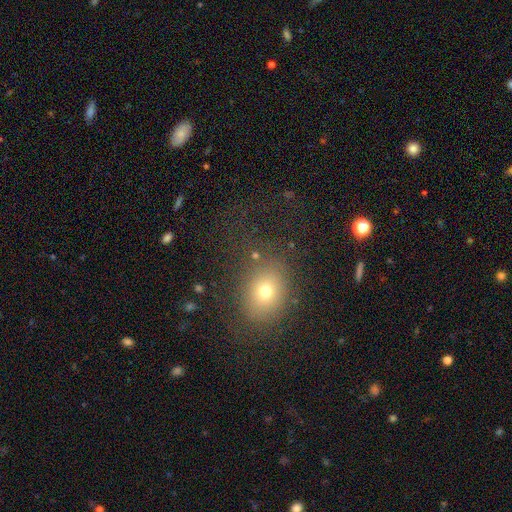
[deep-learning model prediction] smooth 69%, star or artifact 18%, featured or disk 12%. Down the decision tree: how rounded — round (54%); merging — none (72%).